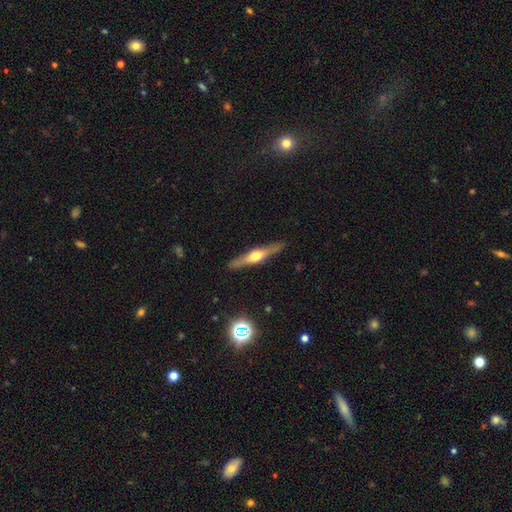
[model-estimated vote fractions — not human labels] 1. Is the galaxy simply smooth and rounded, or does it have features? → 72% featured or disk, 22% smooth, 6% star or artifact.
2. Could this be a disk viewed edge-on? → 97% yes, 3% no.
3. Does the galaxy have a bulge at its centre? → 93% rounded, 4% boxy, 3% none.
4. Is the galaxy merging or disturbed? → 90% none, 7% minor disturbance, 2% major disturbance, 1% merger.